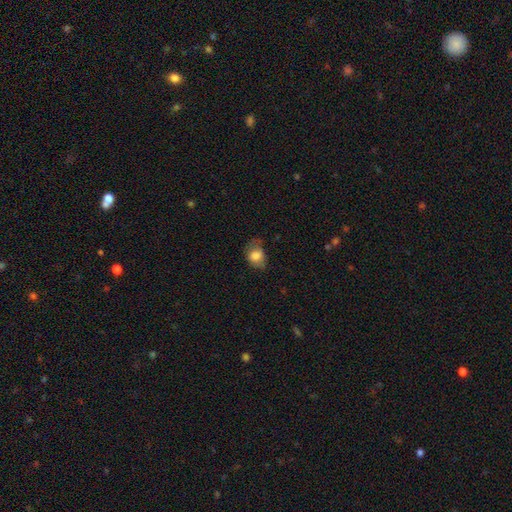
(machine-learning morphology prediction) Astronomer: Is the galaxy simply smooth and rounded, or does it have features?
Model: smooth — 77%.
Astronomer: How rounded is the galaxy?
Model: in between — 63%.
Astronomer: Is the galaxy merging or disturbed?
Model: none — 50% (runner-up: minor disturbance, 32%).